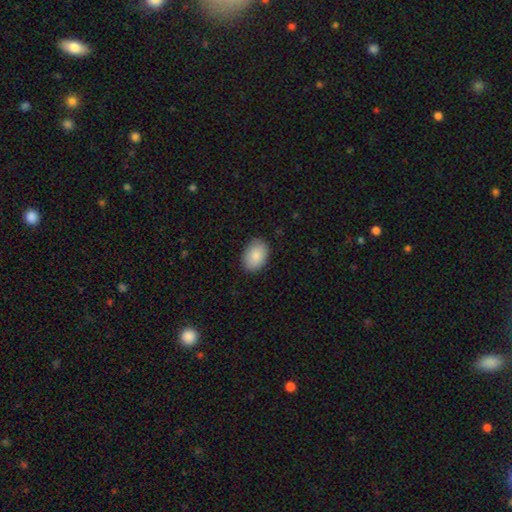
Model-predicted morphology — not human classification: smooth-or-featured: smooth: 88% | star or artifact: 6% | featured or disk: 5%
  how-rounded: in between: 81% | round: 18% | cigar-shaped: 1%
  merging: none: 87% | minor disturbance: 10% | major disturbance: 2% | merger: 1%